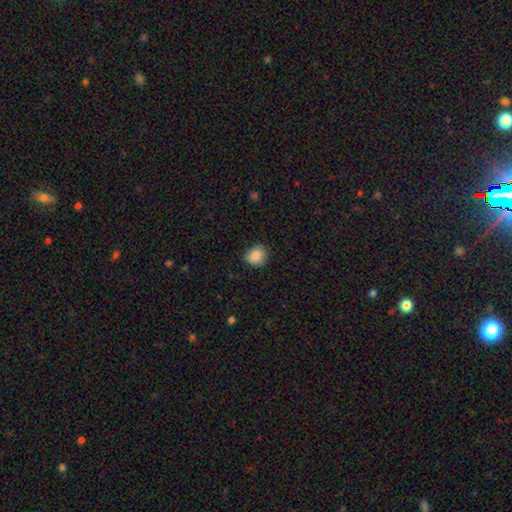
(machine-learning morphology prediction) Q: Smooth or featured?
A: smooth (87%); runner-up: star or artifact (8%)
Q: How rounded?
A: round (79%); runner-up: in between (20%)
Q: Merging?
A: none (83%); runner-up: minor disturbance (14%)